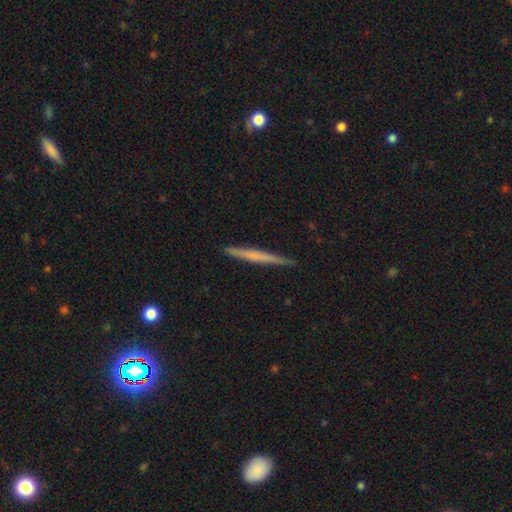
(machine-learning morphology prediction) This is possibly a featured or disk galaxy (49%). Merging: clearly none (91%).